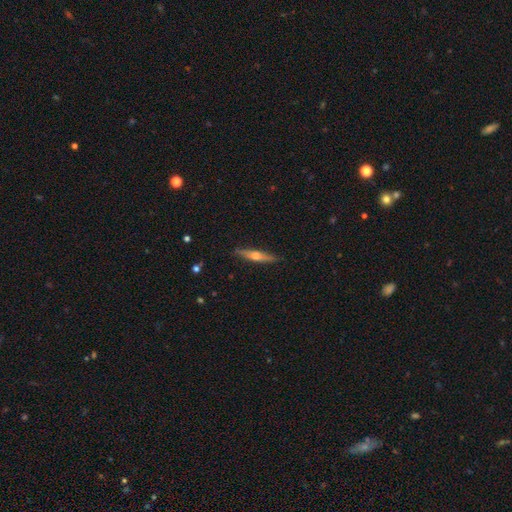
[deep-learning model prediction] This appears to be a featured or disk galaxy (66%) viewed edge-on (97%) with a rounded central bulge (91%). Merging: none (88%).